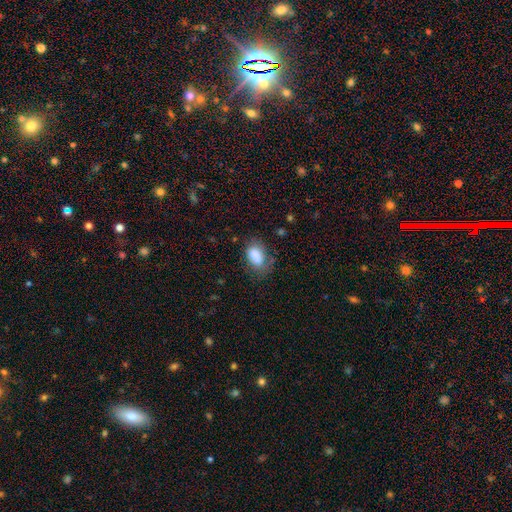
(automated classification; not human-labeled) Smooth or featured? smooth (81%)
How rounded? in between (89%)
Merging? none (57%)